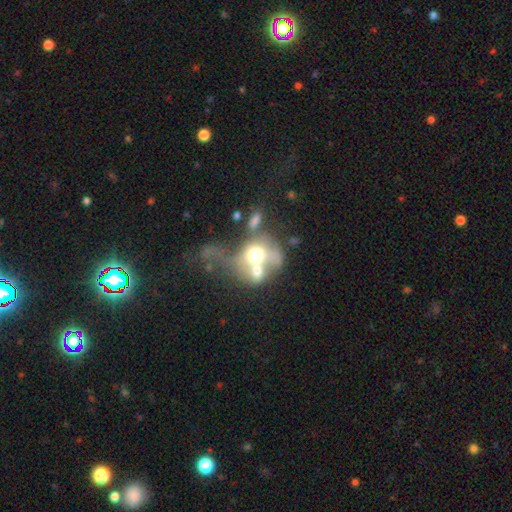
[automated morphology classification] smooth-or-featured: smooth: 47% | featured or disk: 40% | star or artifact: 12%
  merging: merger: 62% | major disturbance: 22% | none: 10% | minor disturbance: 6%